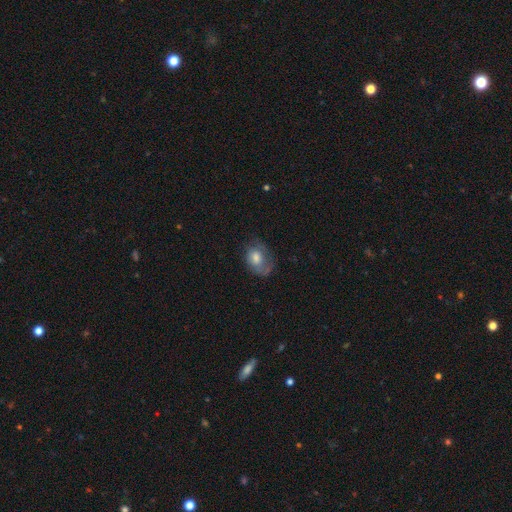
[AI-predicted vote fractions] Q: Smooth or featured?
A: smooth (48%); runner-up: featured or disk (41%)
Q: Merging?
A: none (52%); runner-up: minor disturbance (26%)